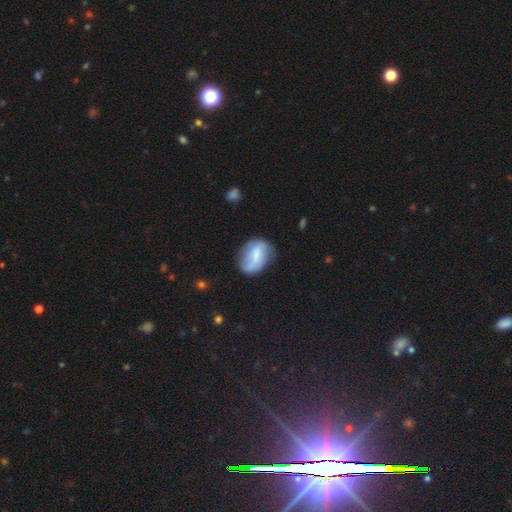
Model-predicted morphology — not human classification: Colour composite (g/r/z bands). It shows a smooth galaxy with no disk features (59%) that is in between round and cigar-shaped (67%). Merging: none (55%).